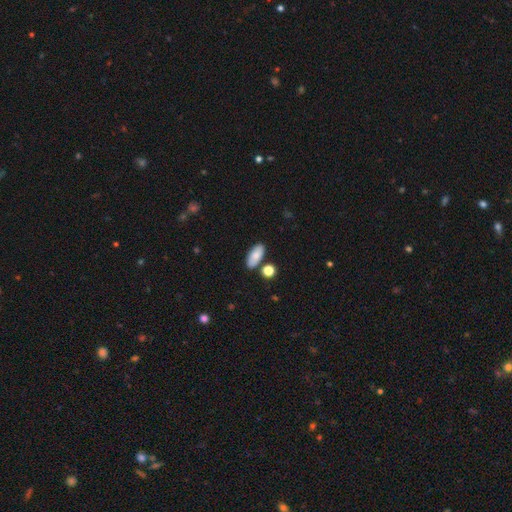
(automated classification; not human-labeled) The model was most divided on "merging": none: 77%, minor disturbance: 11%, merger: 9%, major disturbance: 3%. More confident: how rounded — in between (89%); smooth or featured — smooth (83%).